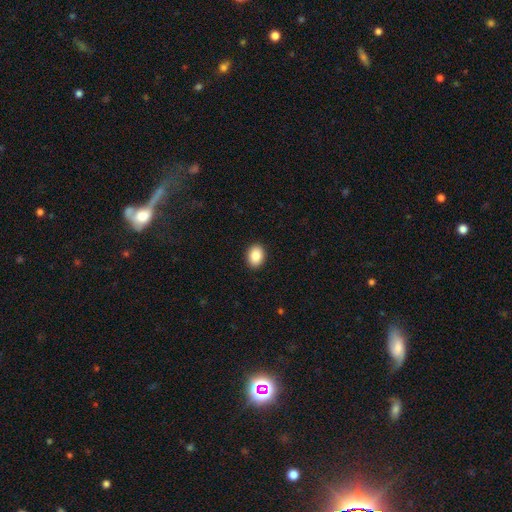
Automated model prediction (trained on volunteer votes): Smooth or featured? Predicted: smooth (p=0.87). How rounded? Predicted: in between (p=0.68). Merging? Predicted: none (p=0.91).